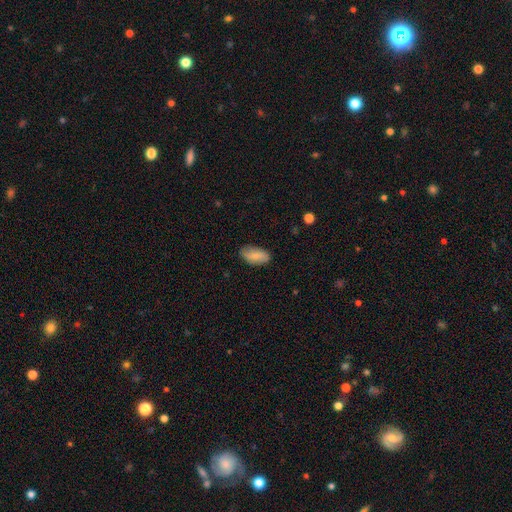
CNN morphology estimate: Q: Smooth or featured?
A: smooth (79%); runner-up: featured or disk (14%)
Q: How rounded?
A: in between (93%); runner-up: cigar-shaped (4%)
Q: Merging?
A: none (81%); runner-up: minor disturbance (15%)